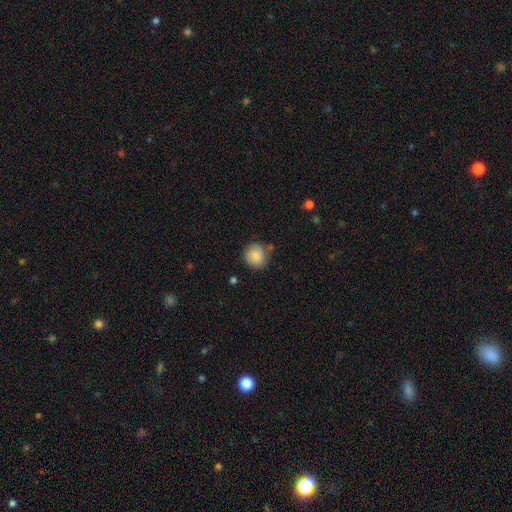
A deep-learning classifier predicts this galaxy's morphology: Smooth or featured: smooth — 85% (featured or disk — 8%)
How rounded: round — 89% (in between — 10%)
Merging: none — 78% (minor disturbance — 15%)